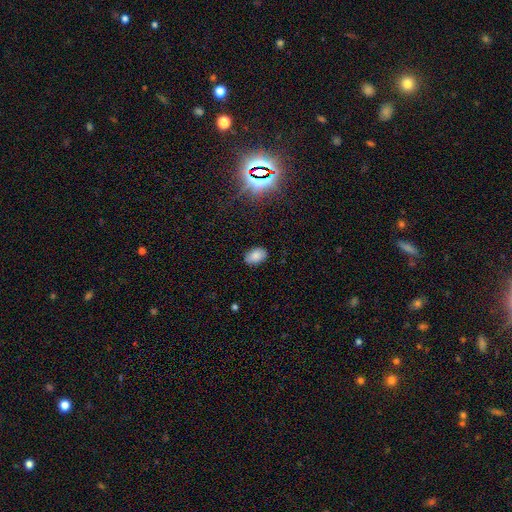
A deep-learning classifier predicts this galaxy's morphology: smooth_or_featured: smooth (p=0.83) [alt: star or artifact p=0.11]
how_rounded: in between (p=0.88) [alt: round p=0.10]
merging: none (p=0.86) [alt: minor disturbance p=0.10]